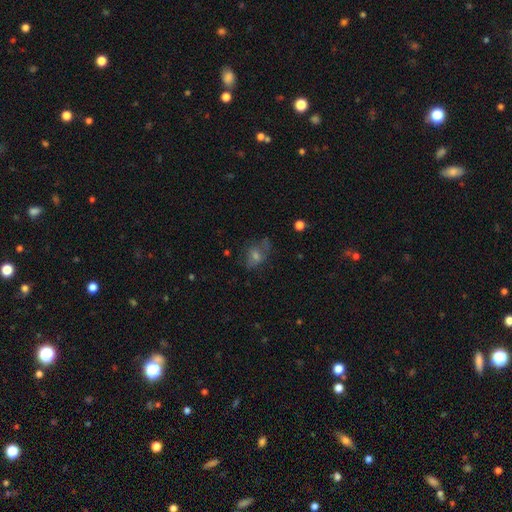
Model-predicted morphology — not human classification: Smooth or featured? Predicted: smooth (p=0.44). Merging? Predicted: none (p=0.58).